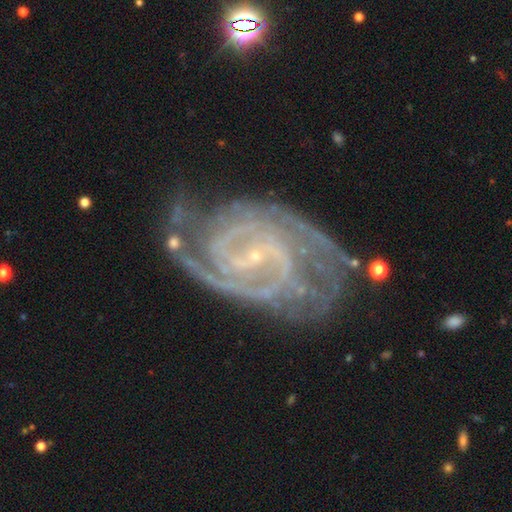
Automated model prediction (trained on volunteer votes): This appears to be a featured or disk galaxy (91%) with a weak bar (42%), 2 (44%) tight (63%) spiral arms (98%) and a small central bulge (86%). Merging: none (60%).